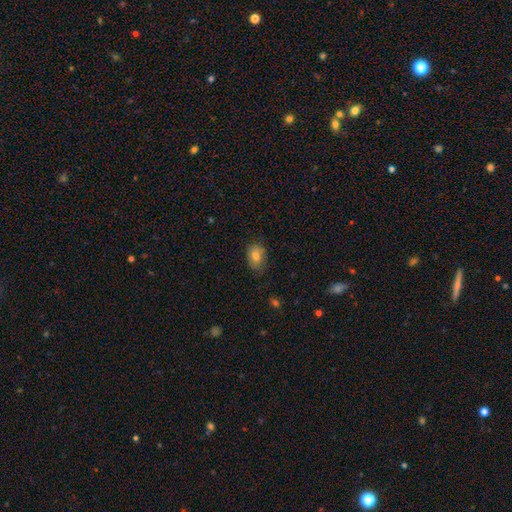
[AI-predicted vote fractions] The model was most divided on "merging": none: 71%, minor disturbance: 23%, major disturbance: 5%, merger: 1%. More confident: how rounded — in between (80%); smooth or featured — smooth (77%).